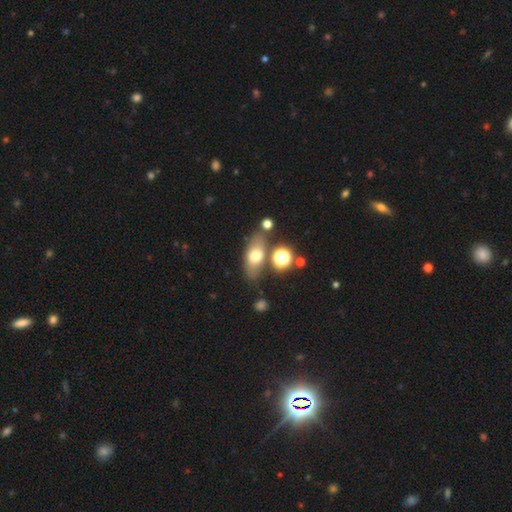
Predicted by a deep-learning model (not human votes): Q: Smooth or featured?
A: smooth (64%); runner-up: featured or disk (27%)
Q: How rounded?
A: in between (75%); runner-up: cigar-shaped (15%)
Q: Merging?
A: none (72%); runner-up: minor disturbance (14%)